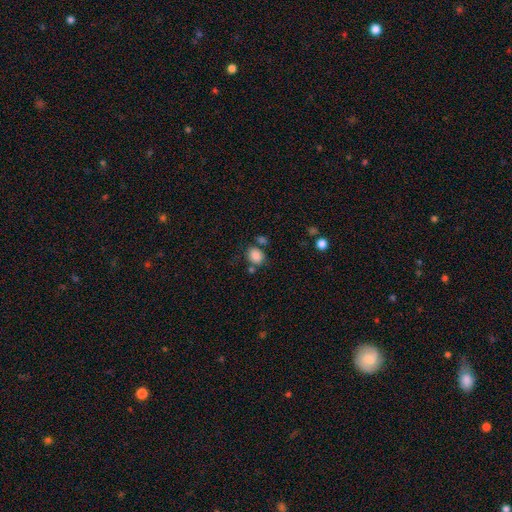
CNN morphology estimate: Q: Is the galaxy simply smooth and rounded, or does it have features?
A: smooth — 85%.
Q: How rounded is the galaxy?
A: round — 53%.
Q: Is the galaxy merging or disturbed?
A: none — 67%.